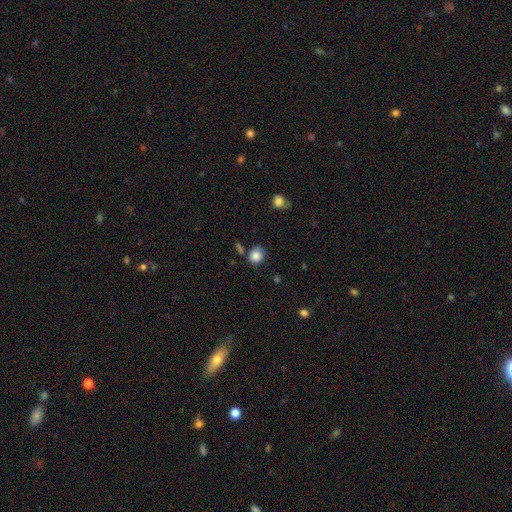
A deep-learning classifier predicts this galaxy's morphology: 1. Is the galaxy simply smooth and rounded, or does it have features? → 85% smooth, 10% star or artifact, 5% featured or disk.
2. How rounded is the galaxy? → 78% round, 21% in between, 1% cigar-shaped.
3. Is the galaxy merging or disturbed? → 78% none, 12% minor disturbance, 6% merger, 3% major disturbance.